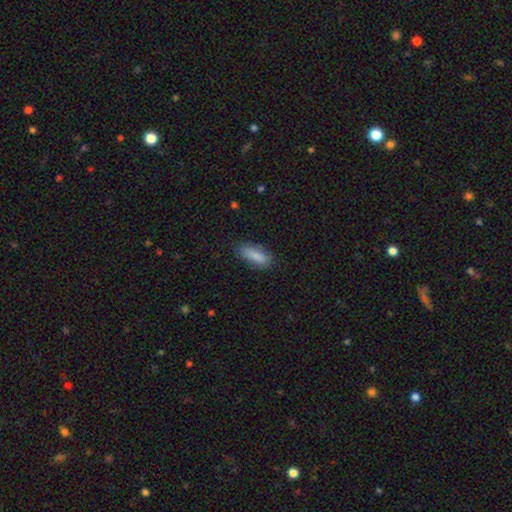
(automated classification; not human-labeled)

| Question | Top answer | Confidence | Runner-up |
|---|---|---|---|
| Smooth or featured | smooth | 87% | featured or disk (7%) |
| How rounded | in between | 65% | cigar-shaped (33%) |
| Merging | none | 82% | minor disturbance (14%) |